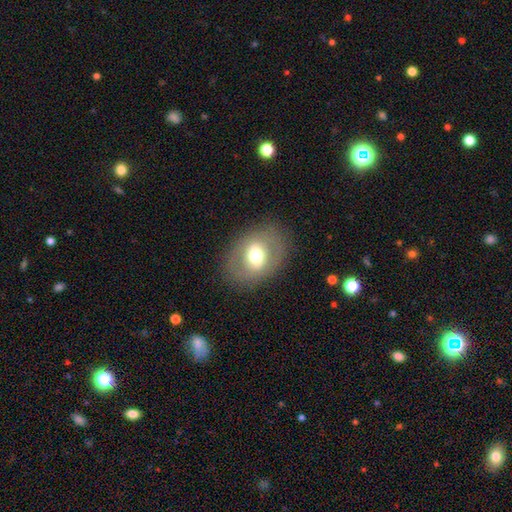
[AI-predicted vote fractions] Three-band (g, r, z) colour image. It shows a smooth galaxy with no disk features (53%) that is in between round and cigar-shaped (63%). Merging: none (81%).